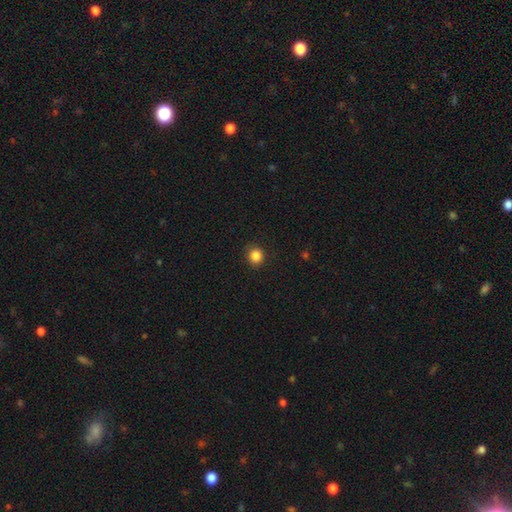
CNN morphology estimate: The model was most divided on "smooth or featured": smooth: 86%, star or artifact: 11%, featured or disk: 3%. More confident: merging — none (89%); how rounded — round (88%).